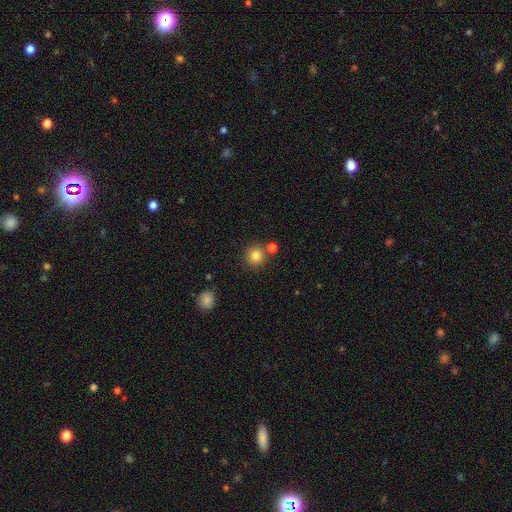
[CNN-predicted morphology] smooth_or_featured: smooth (p=0.82) [alt: star or artifact p=0.12]
how_rounded: round (p=0.92) [alt: in between p=0.07]
merging: none (p=0.78) [alt: merger p=0.12]